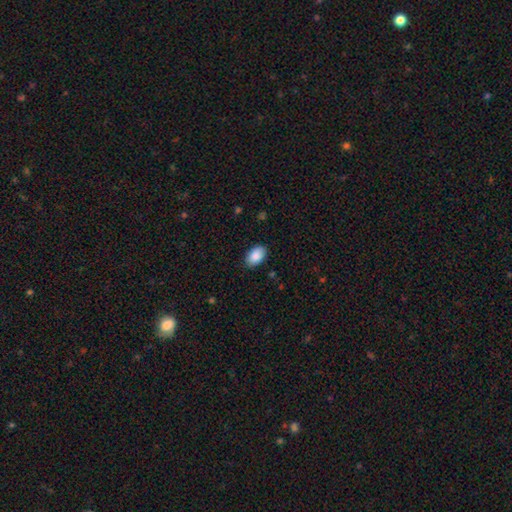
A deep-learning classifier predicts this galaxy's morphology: This appears to be a smooth galaxy with no disk features (89%) that is in between round and cigar-shaped (91%). Merging: none (86%).